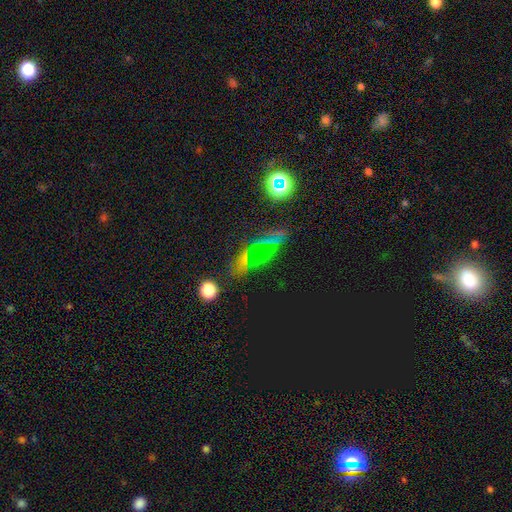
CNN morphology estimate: Smooth or featured? Predicted: star or artifact (p=0.41).